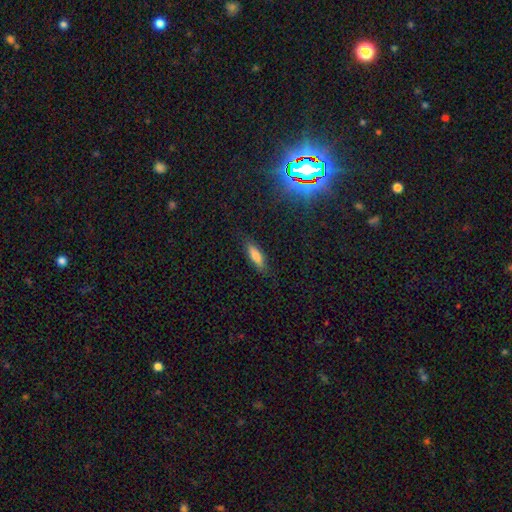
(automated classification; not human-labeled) A smooth galaxy with no disk features (76%) that is cigar-shaped (51%). Merging: none (83%).